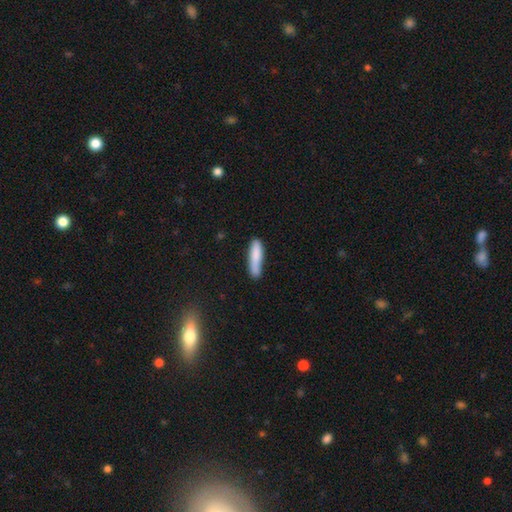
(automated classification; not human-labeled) smooth 84%, featured or disk 10%, star or artifact 6%. Down the decision tree: how rounded — cigar-shaped (78%); merging — none (70%).